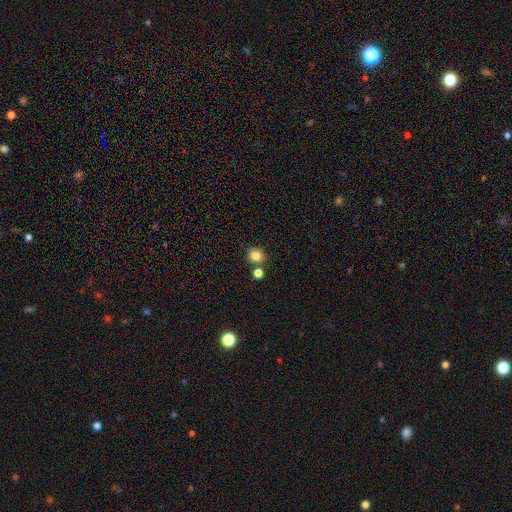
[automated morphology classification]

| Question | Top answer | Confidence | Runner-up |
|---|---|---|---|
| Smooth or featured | smooth | 83% | star or artifact (12%) |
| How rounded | round | 89% | in between (10%) |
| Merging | none | 75% | merger (15%) |